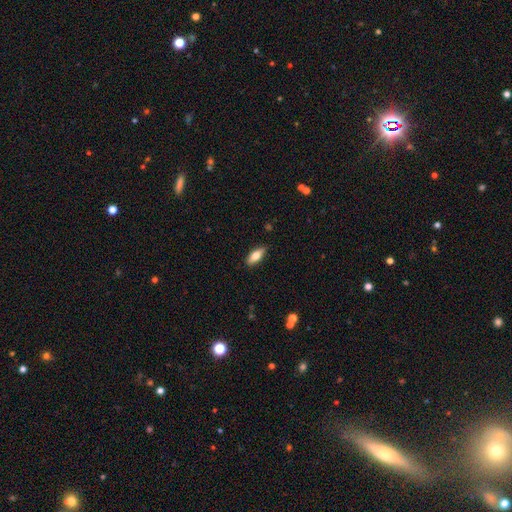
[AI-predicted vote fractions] A smooth galaxy with no disk features (71%) that is in between round and cigar-shaped (73%). Merging: none (87%).